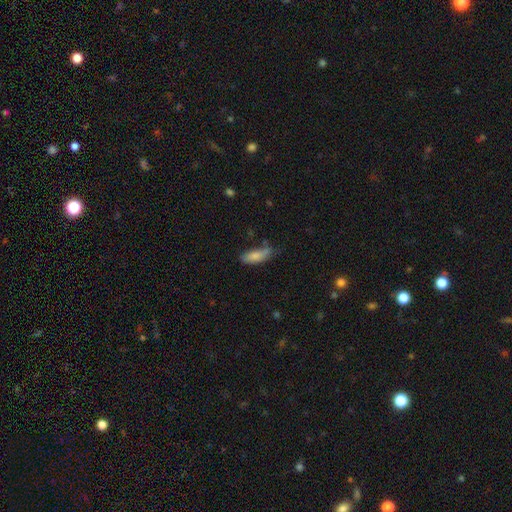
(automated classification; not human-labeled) Q: Smooth or featured?
A: smooth (81%); runner-up: featured or disk (13%)
Q: How rounded?
A: in between (62%); runner-up: cigar-shaped (35%)
Q: Merging?
A: none (56%); runner-up: minor disturbance (31%)